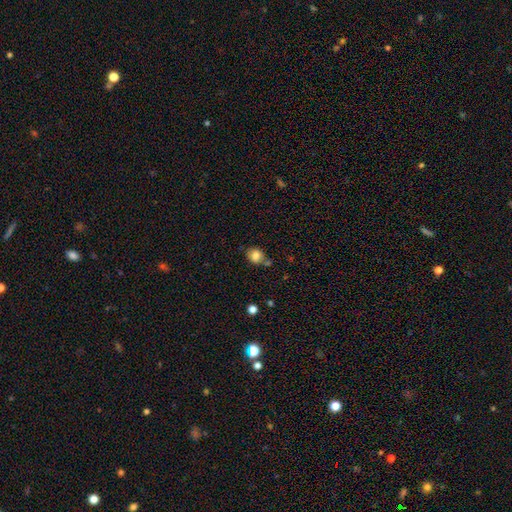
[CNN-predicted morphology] The model was most divided on "how rounded": round: 63%, in between: 36%, cigar-shaped: 1%. More confident: smooth or featured — smooth (79%); merging — none (60%).